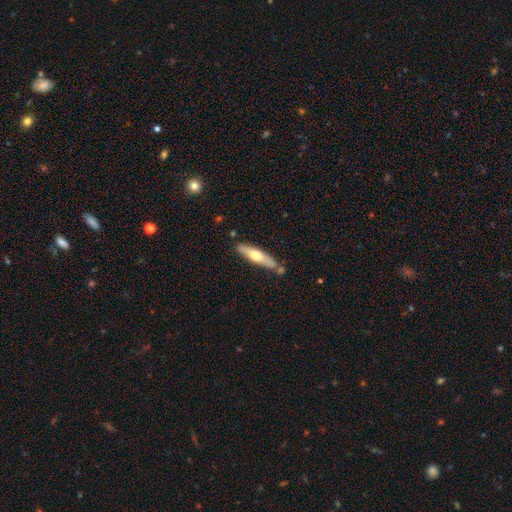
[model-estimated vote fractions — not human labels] The model was most divided on "smooth or featured": smooth: 50%, featured or disk: 45%, star or artifact: 5%. More confident: merging — none (75%).